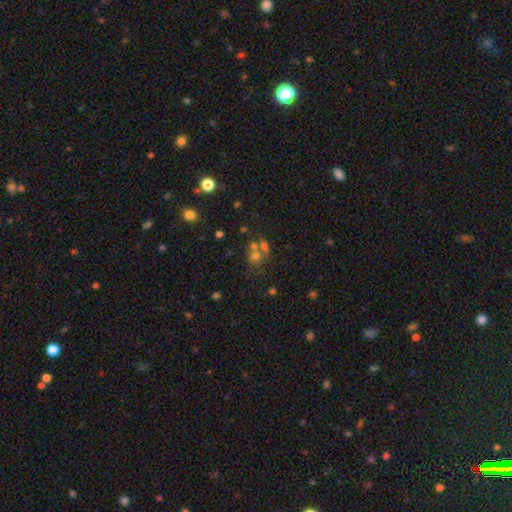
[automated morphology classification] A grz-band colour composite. It shows a smooth galaxy with no disk features (55%) that is round (73%). Merging: merger (47%).